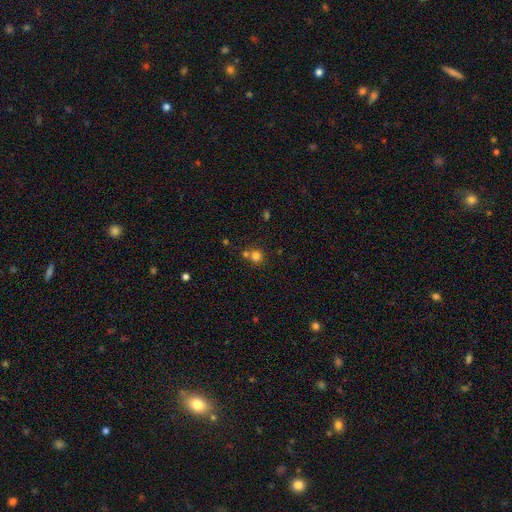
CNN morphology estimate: smooth 78%, star or artifact 15%, featured or disk 8%. Down the decision tree: how rounded — round (86%); merging — none (57%).